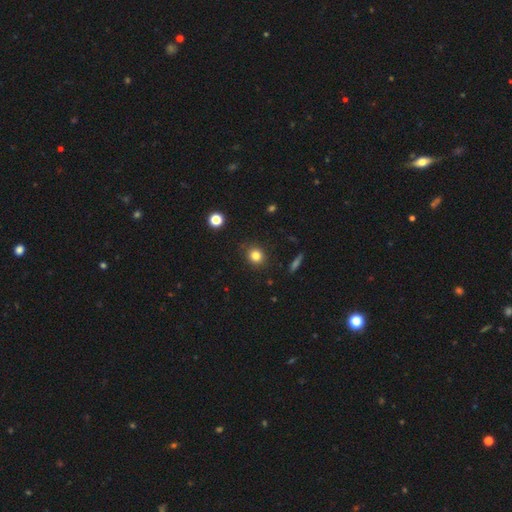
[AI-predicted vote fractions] This is clearly a smooth galaxy (82%). How rounded: clearly round (81%). Merging: clearly none (88%).